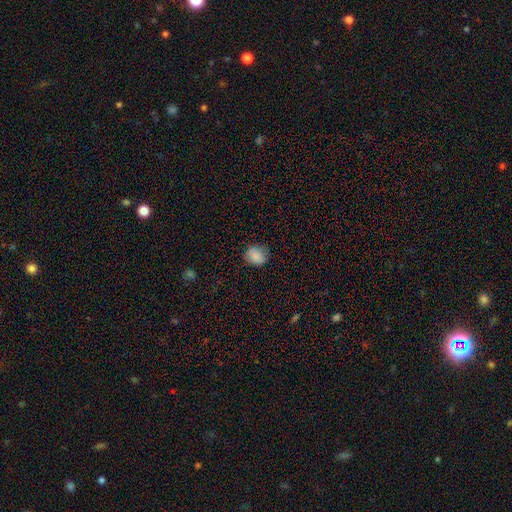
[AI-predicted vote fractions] smooth-or-featured: smooth: 85% | star or artifact: 8% | featured or disk: 7%
  how-rounded: round: 64% | in between: 35% | cigar-shaped: 1%
  merging: none: 79% | minor disturbance: 16% | major disturbance: 4% | merger: 1%